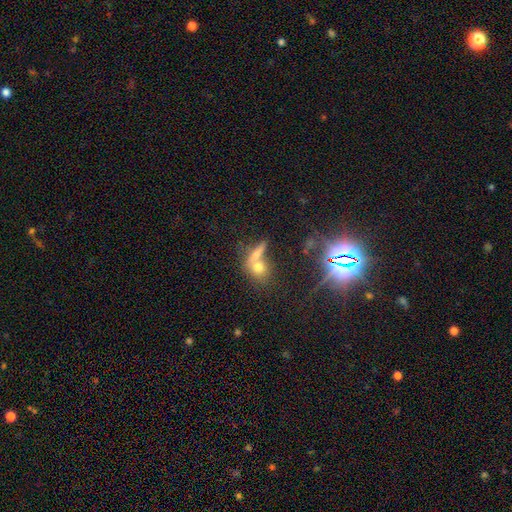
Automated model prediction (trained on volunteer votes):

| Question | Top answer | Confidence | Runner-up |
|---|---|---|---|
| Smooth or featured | smooth | 40% | star or artifact (37%) |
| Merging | merger | 54% | none (30%) |